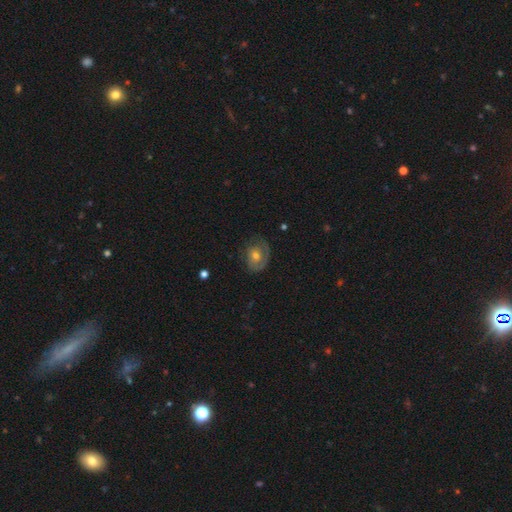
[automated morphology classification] This is possibly a featured or disk galaxy (60%). It is clearly not viewed edge-on (96%). Bar: clearly no (80%). Spiral arm pattern: likely yes (73%). Central bulge: likely moderate (67%). Merging: likely none (69%).